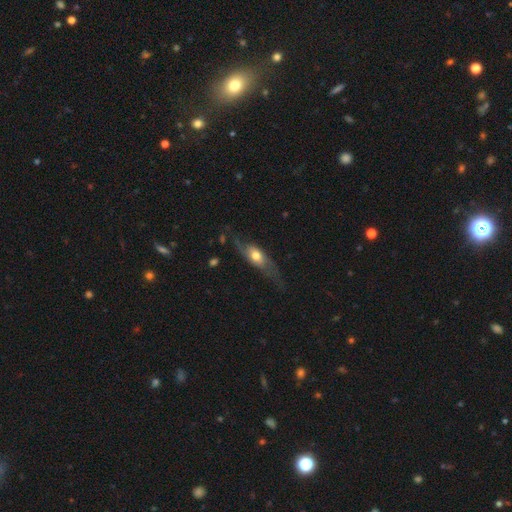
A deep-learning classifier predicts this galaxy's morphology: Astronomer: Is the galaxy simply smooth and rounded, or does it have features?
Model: featured or disk — 57% (runner-up: smooth, 37%).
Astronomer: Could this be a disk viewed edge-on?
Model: no — 60% (runner-up: yes, 40%).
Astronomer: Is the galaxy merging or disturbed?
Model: none — 53%.